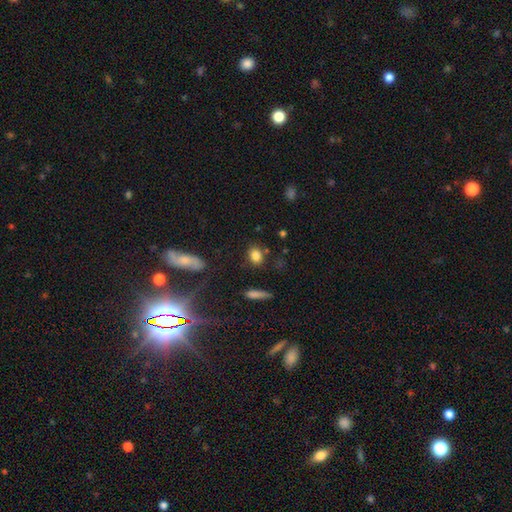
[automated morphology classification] Smooth or featured? Predicted: smooth (p=0.82). How rounded? Predicted: in between (p=0.53). Merging? Predicted: none (p=0.77).